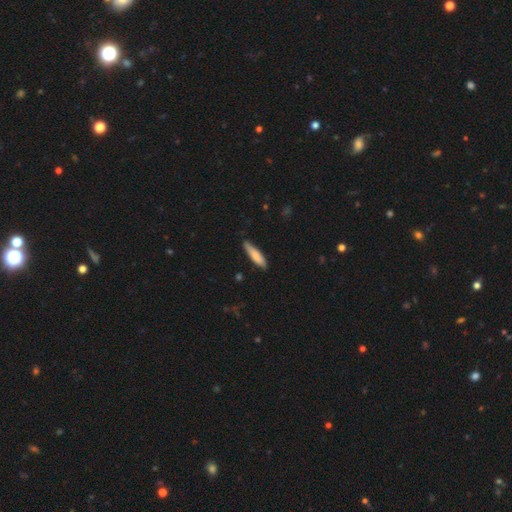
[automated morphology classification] Smooth or featured? Predicted: smooth (p=0.76). How rounded? Predicted: cigar-shaped (p=0.73). Merging? Predicted: none (p=0.78).